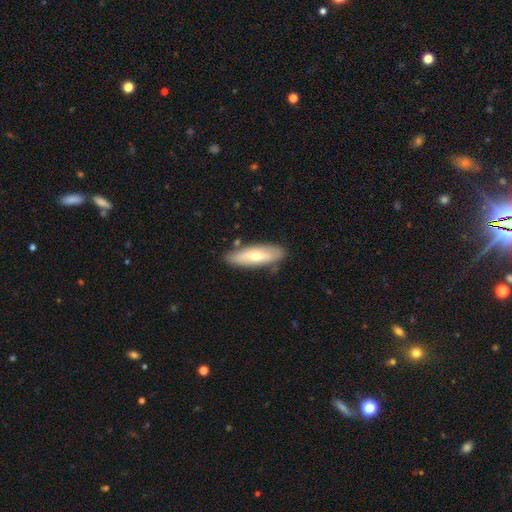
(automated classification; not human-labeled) Smooth or featured: smooth — 53% (featured or disk — 42%)
How rounded: in between — 55% (cigar-shaped — 43%)
Merging: none — 81% (minor disturbance — 13%)